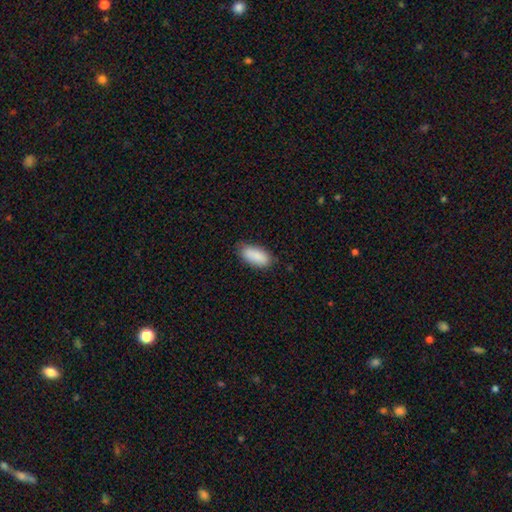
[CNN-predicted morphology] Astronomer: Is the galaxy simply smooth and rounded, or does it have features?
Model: smooth — 89%.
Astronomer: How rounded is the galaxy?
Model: in between — 87%.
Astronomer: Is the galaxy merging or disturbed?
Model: none — 82%.